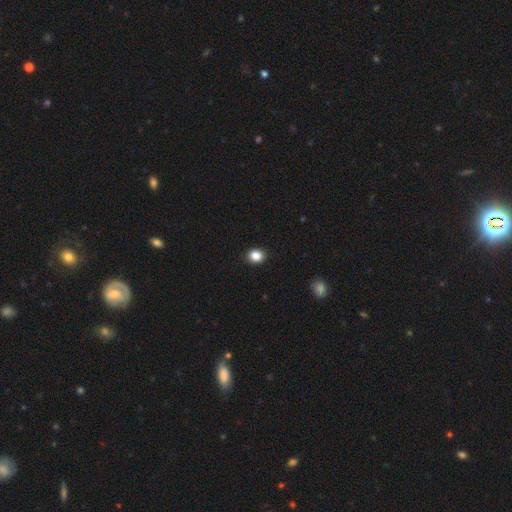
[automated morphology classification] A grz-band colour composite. It shows a smooth galaxy with no disk features (85%) that is round (65%). Merging: none (91%).